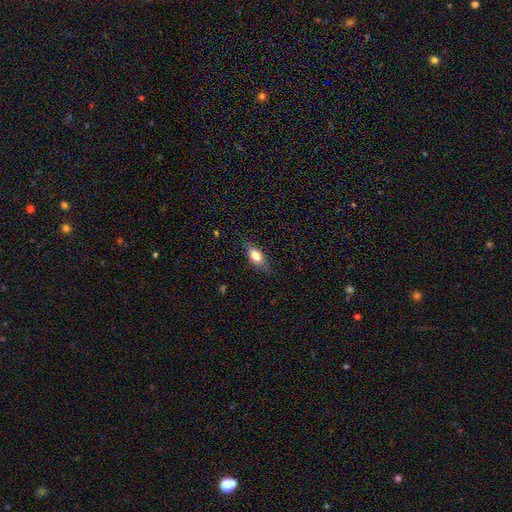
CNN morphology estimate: Smooth or featured? Predicted: smooth (p=0.73). How rounded? Predicted: in between (p=0.79). Merging? Predicted: none (p=0.75).